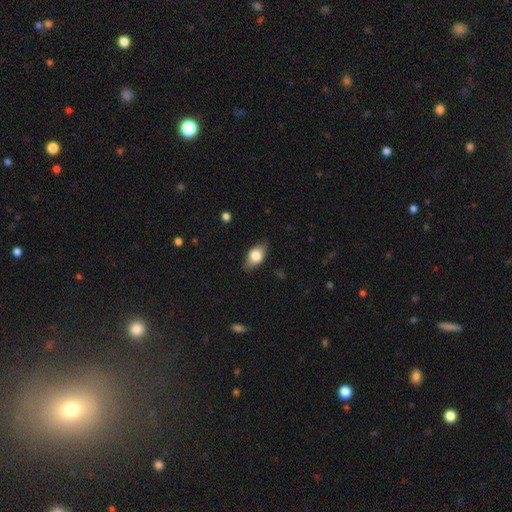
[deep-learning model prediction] smooth-or-featured: smooth: 70% | featured or disk: 23% | star or artifact: 7%
  how-rounded: in between: 88% | round: 7% | cigar-shaped: 6%
  merging: none: 82% | minor disturbance: 14% | major disturbance: 3% | merger: 1%